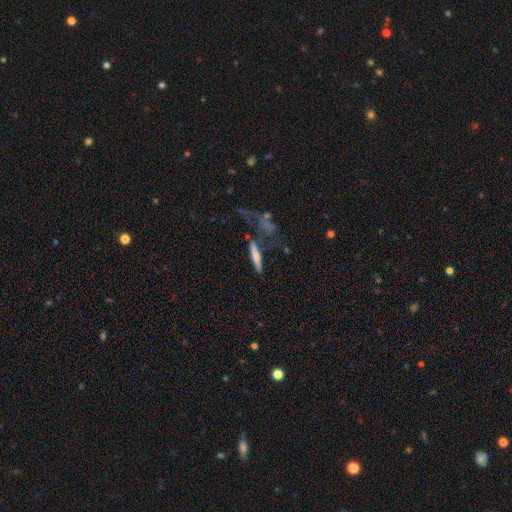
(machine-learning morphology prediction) Smooth or featured?
  - smooth: 55% *
  - featured or disk: 36%
  - star or artifact: 9%
How rounded?
  - cigar-shaped: 87% *
  - in between: 11%
  - round: 3%
Merging?
  - none: 50% *
  - minor disturbance: 17%
  - merger: 17%
  - major disturbance: 15%